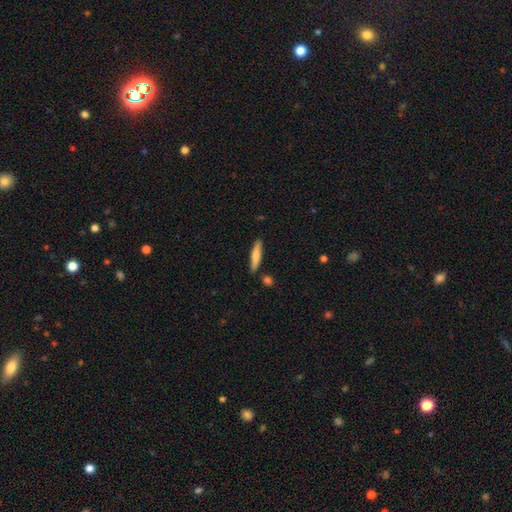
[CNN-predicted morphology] Smooth or featured?
  - smooth: 71% *
  - featured or disk: 23%
  - star or artifact: 6%
How rounded?
  - cigar-shaped: 87% *
  - in between: 11%
  - round: 2%
Merging?
  - none: 84% *
  - minor disturbance: 10%
  - merger: 3%
  - major disturbance: 2%